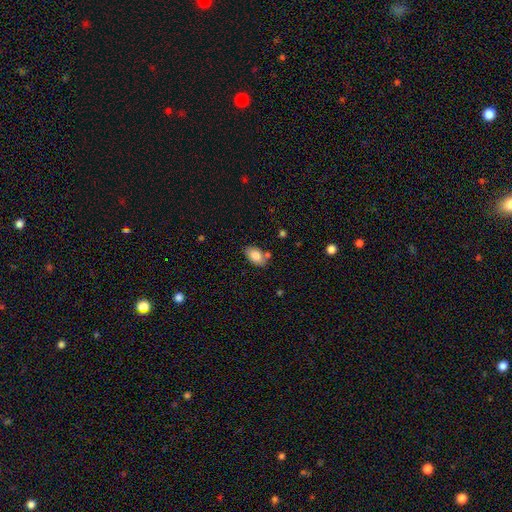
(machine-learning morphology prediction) smooth 82%, featured or disk 11%, star or artifact 7%. Down the decision tree: how rounded — in between (92%); merging — none (70%).